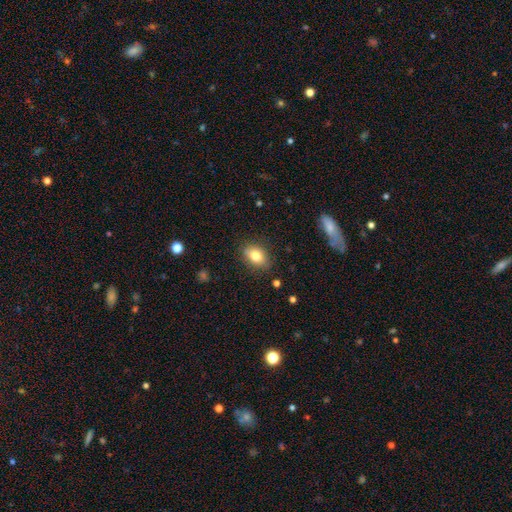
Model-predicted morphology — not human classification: Smooth or featured? smooth (78%)
How rounded? in between (78%)
Merging? none (84%)